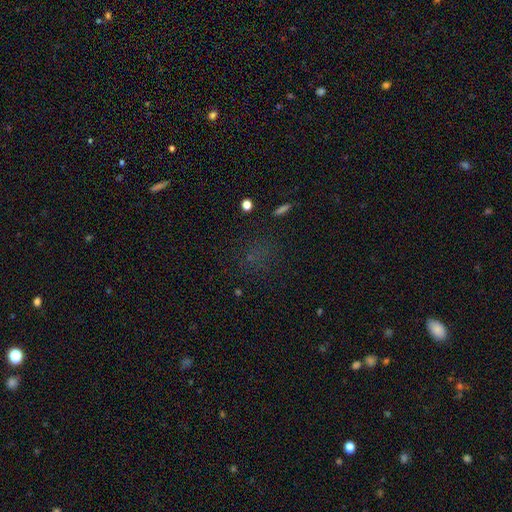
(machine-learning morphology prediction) Smooth or featured?
  - star or artifact: 48% *
  - smooth: 41%
  - featured or disk: 11%